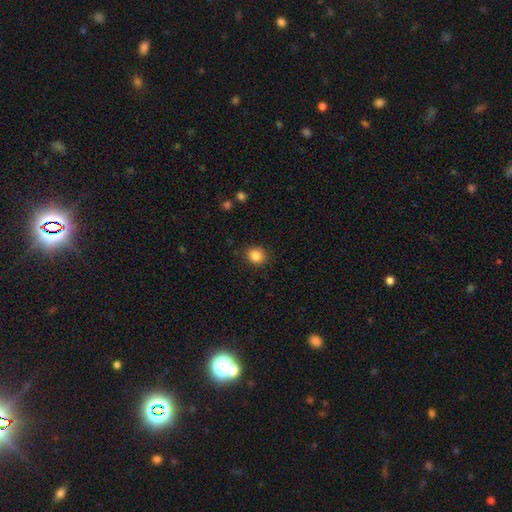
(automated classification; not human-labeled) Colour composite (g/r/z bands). It shows a smooth galaxy with no disk features (86%) that is round (79%). Merging: none (88%).